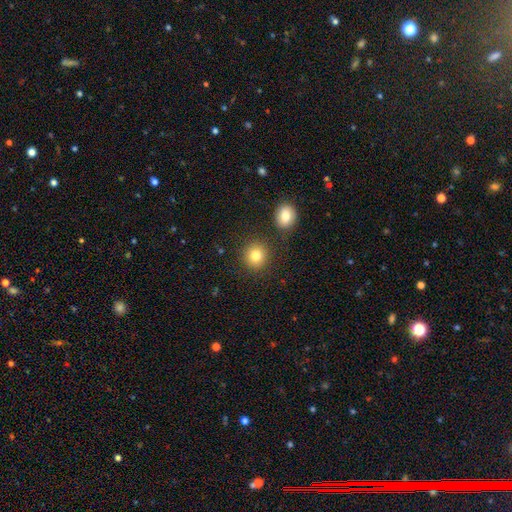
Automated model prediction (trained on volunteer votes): A smooth galaxy with no disk features (83%) that is round (88%).

Vote fractions:
- Smooth or featured? smooth: 83% / star or artifact: 10% / featured or disk: 7%
- How rounded? round: 88% / in between: 11% / cigar-shaped: 1%
- Merging? none: 85% / minor disturbance: 7% / merger: 6% / major disturbance: 3%